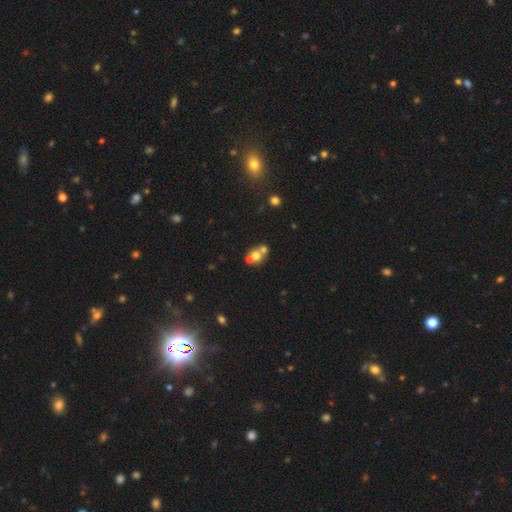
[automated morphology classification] type=smooth (60%); roundness=round (70%); merging=merger (51%).